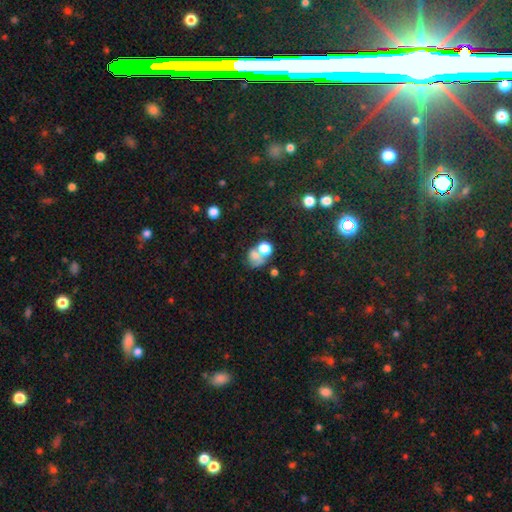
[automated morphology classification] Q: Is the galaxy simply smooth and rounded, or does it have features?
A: smooth — 64%.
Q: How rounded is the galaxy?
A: round — 59%.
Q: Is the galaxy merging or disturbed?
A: merger — 51%.